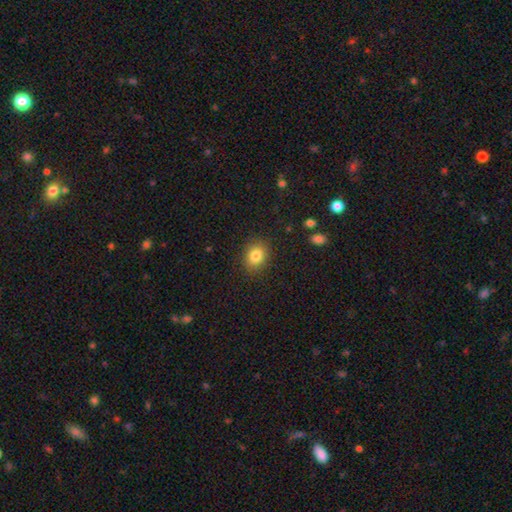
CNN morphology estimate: The model was most divided on "how rounded": in between: 50%, round: 49%, cigar-shaped: 1%. More confident: merging — none (87%); smooth or featured — smooth (83%).